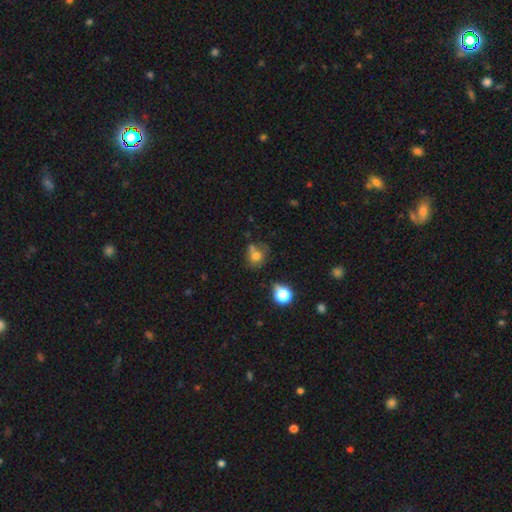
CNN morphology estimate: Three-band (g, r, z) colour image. It shows a smooth galaxy with no disk features (67%) that is round (69%). Merging: none (43%).